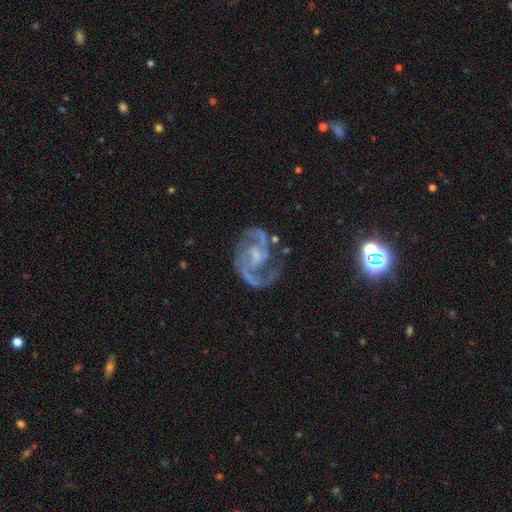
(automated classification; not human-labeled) Smooth or featured? featured or disk (90%)
Edge-on disk? no (98%)
Bar? weak (51%)
Spiral arms? yes (97%)
Spiral winding? medium (61%)
Spiral arm count? 2 (84%)
Bulge size? small (52%)
Merging? none (69%)